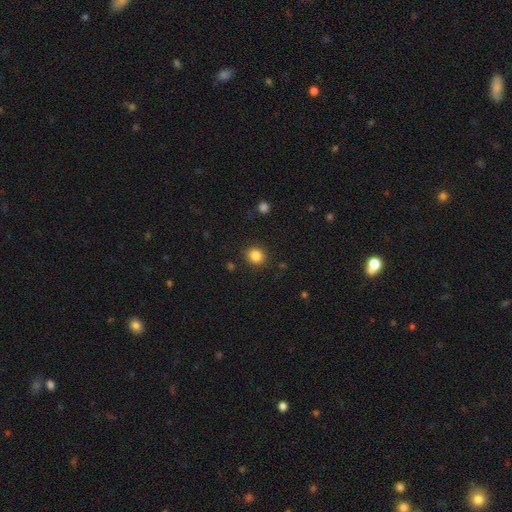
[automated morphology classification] This appears to be a smooth galaxy with no disk features (85%) that is round (88%). Merging: none (89%).